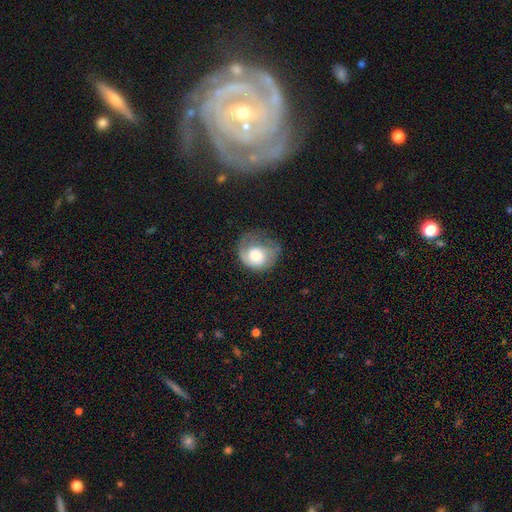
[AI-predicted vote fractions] This appears to be a smooth galaxy with no disk features (47%). Merging: none (38%).